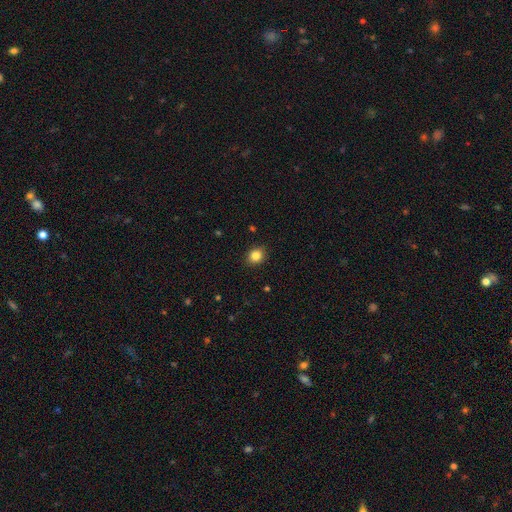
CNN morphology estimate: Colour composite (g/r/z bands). It shows a smooth galaxy with no disk features (85%) that is round (70%). Merging: none (90%).